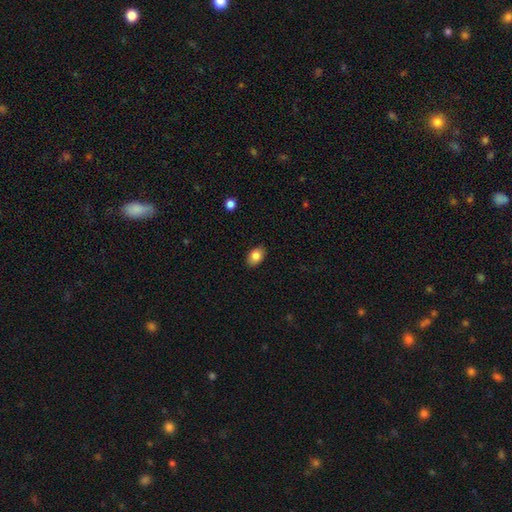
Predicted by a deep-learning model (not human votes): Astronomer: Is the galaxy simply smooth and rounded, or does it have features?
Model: smooth — 84%.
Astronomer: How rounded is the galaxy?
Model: in between — 84%.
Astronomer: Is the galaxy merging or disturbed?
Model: none — 88%.